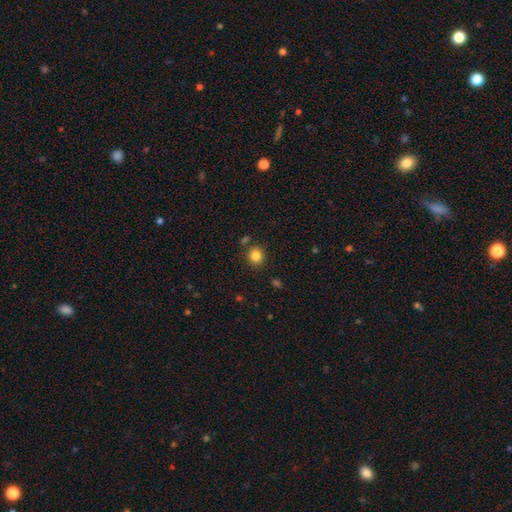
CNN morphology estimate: A smooth galaxy with no disk features (84%) that is round (87%). Merging: none (84%).